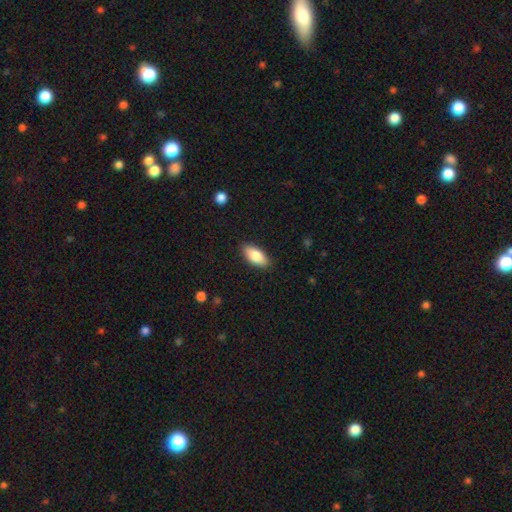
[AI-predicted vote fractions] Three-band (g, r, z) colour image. It shows a smooth galaxy with no disk features (85%) that is in between round and cigar-shaped (90%). Merging: none (87%).